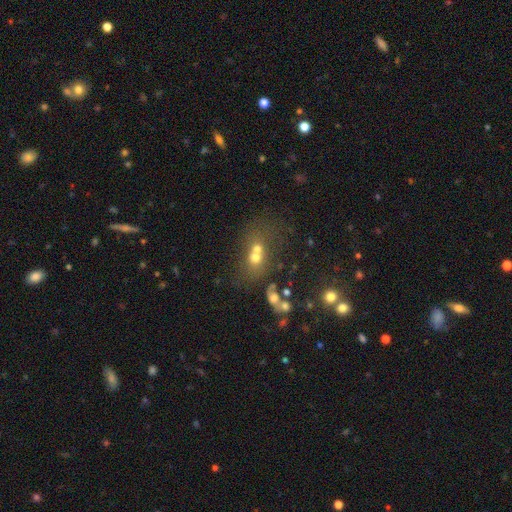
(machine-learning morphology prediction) Smooth or featured? Predicted: smooth (p=0.58). How rounded? Predicted: round (p=0.61). Merging? Predicted: merger (p=0.61).